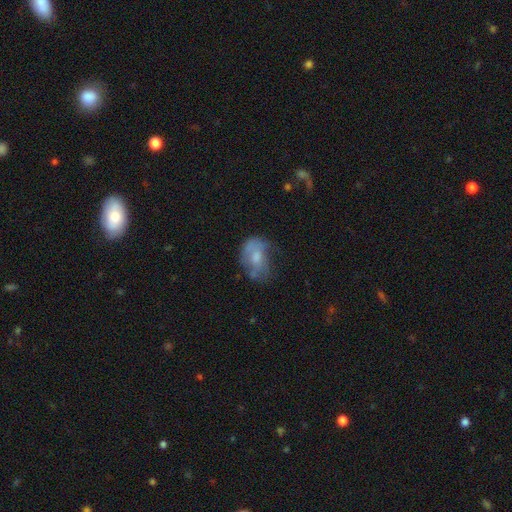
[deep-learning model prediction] Morphology: type=smooth (50%); merging=none (40%).